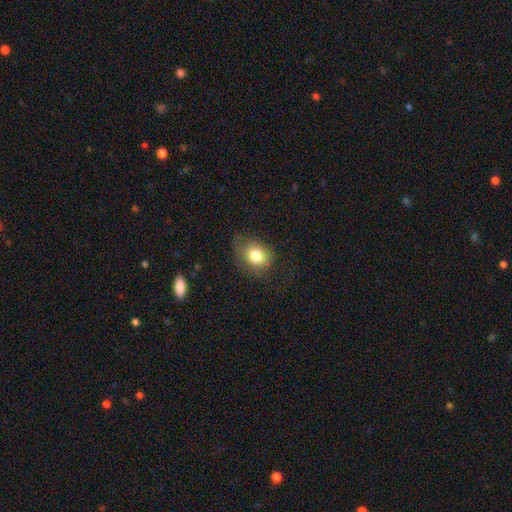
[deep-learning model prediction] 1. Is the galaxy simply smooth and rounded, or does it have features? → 78% smooth, 12% featured or disk, 10% star or artifact.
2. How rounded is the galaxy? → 54% round, 45% in between, 1% cigar-shaped.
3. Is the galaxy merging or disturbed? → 62% none, 25% minor disturbance, 12% major disturbance, 1% merger.